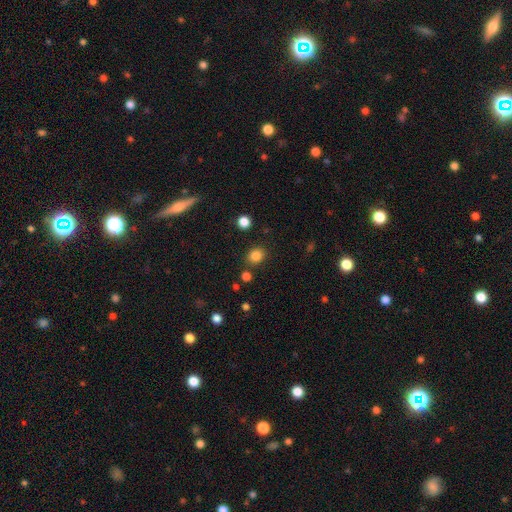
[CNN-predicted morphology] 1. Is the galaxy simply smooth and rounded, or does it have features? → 83% smooth, 12% star or artifact, 4% featured or disk.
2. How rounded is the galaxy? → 66% round, 33% in between, 1% cigar-shaped.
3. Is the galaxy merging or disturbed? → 83% none, 9% minor disturbance, 5% merger, 3% major disturbance.